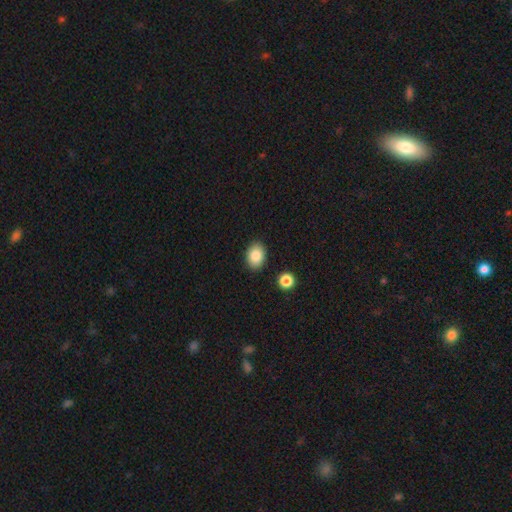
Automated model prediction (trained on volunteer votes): Smooth or featured?
  - smooth: 87% *
  - star or artifact: 8%
  - featured or disk: 6%
How rounded?
  - in between: 77% *
  - round: 22%
  - cigar-shaped: 1%
Merging?
  - none: 87% *
  - minor disturbance: 8%
  - merger: 2%
  - major disturbance: 2%